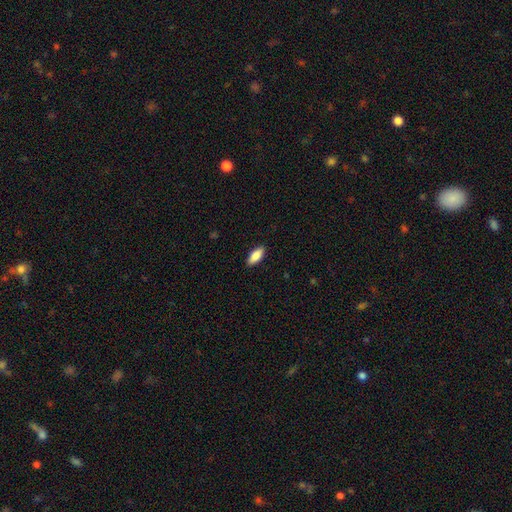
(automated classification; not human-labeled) This is clearly a smooth galaxy (88%). How rounded: clearly in between (83%). Merging: clearly none (89%).